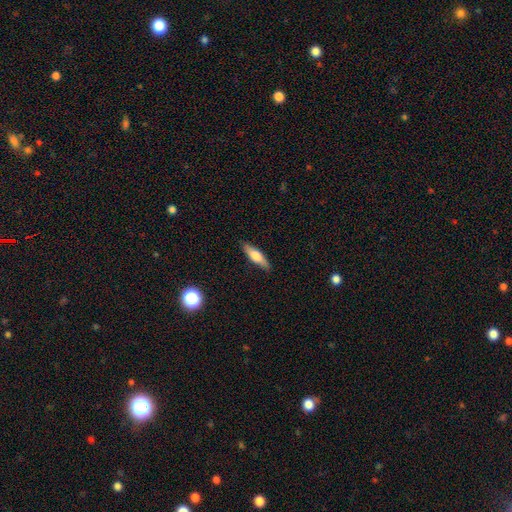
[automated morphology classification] smooth 62%, featured or disk 32%, star or artifact 7%. Down the decision tree: how rounded — cigar-shaped (60%); merging — none (87%).